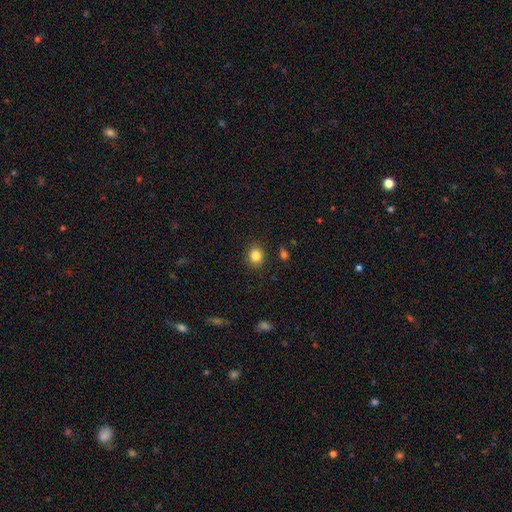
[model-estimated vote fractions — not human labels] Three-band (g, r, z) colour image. It shows a smooth galaxy with no disk features (84%) that is round (73%). Merging: none (88%).